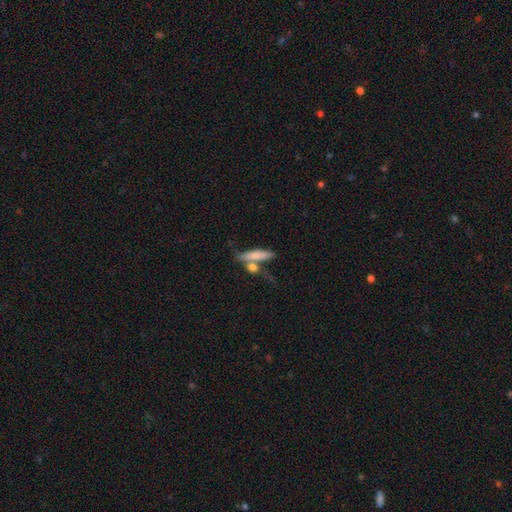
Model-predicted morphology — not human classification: Smooth or featured: smooth — 70% (featured or disk — 23%)
How rounded: cigar-shaped — 71% (in between — 25%)
Merging: none — 50% (merger — 29%)